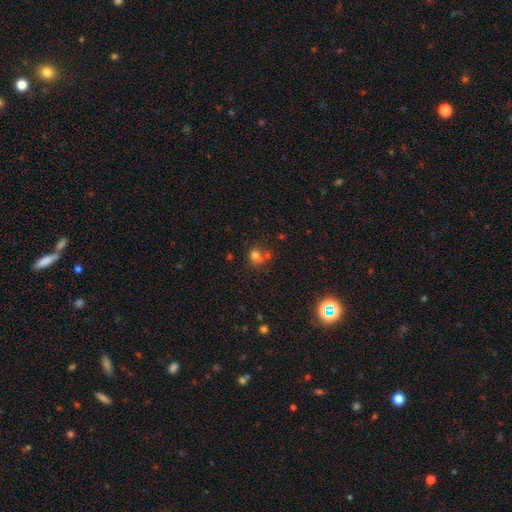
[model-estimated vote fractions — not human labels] Q: Smooth or featured?
A: smooth (72%); runner-up: star or artifact (17%)
Q: How rounded?
A: round (76%); runner-up: in between (23%)
Q: Merging?
A: none (48%); runner-up: merger (31%)